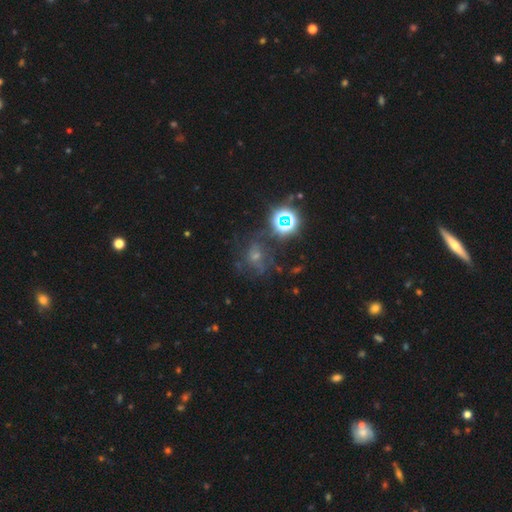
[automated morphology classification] smooth-or-featured: star or artifact: 37% | featured or disk: 33% | smooth: 30%